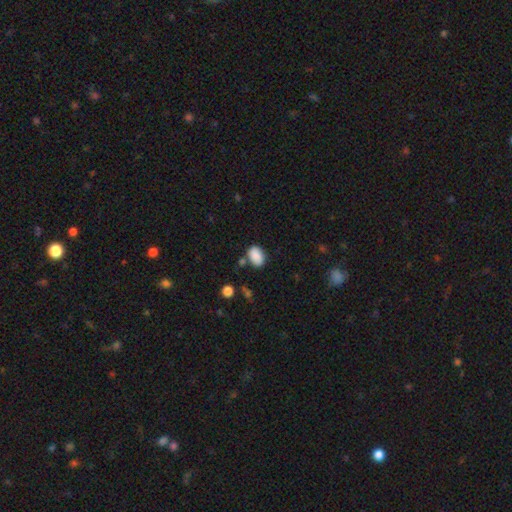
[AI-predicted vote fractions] smooth_or_featured: smooth (p=0.87) [alt: star or artifact p=0.08]
how_rounded: in between (p=0.82) [alt: round p=0.17]
merging: none (p=0.73) [alt: minor disturbance p=0.16]